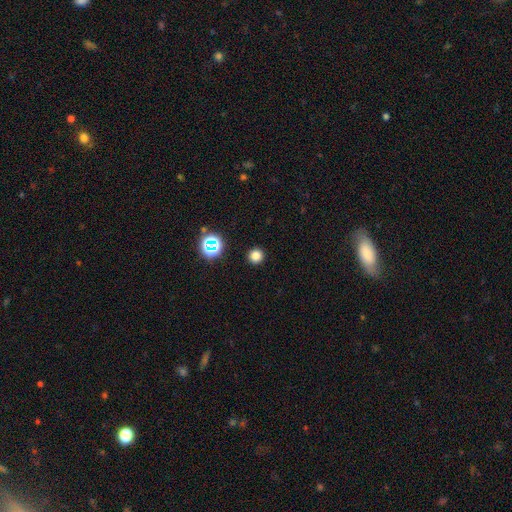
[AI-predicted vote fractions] smooth 76%, star or artifact 19%, featured or disk 5%. Down the decision tree: how rounded — round (95%); merging — none (92%).